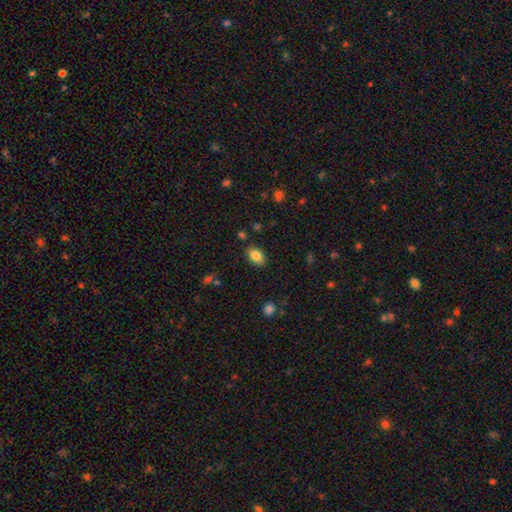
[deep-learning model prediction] A smooth galaxy with no disk features (86%) that is in between round and cigar-shaped (89%). Merging: none (85%).